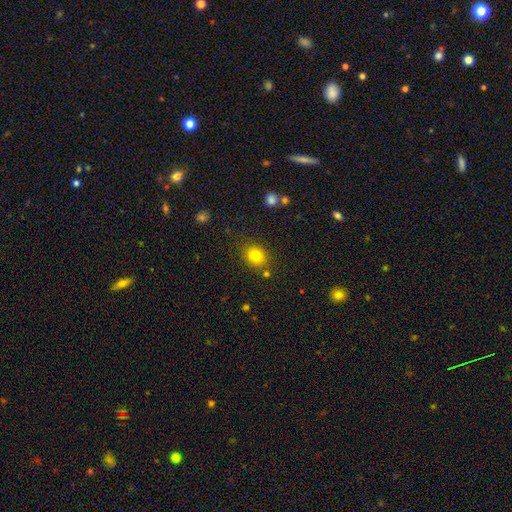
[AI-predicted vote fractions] Smooth or featured: smooth — 79% (star or artifact — 13%)
How rounded: round — 58% (in between — 41%)
Merging: none — 82% (minor disturbance — 10%)